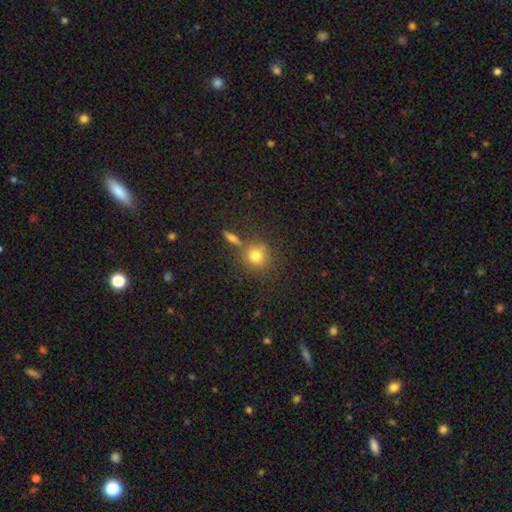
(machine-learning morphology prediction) Overall: smooth (77%). How rounded: round (87%). Merging: none (66%).